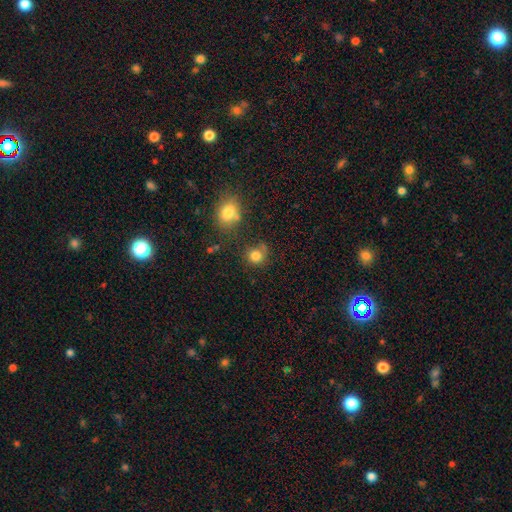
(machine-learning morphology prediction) Smooth or featured?
  - smooth: 81% *
  - star or artifact: 13%
  - featured or disk: 6%
How rounded?
  - round: 84% *
  - in between: 15%
  - cigar-shaped: 1%
Merging?
  - none: 64% *
  - minor disturbance: 18%
  - merger: 11%
  - major disturbance: 7%